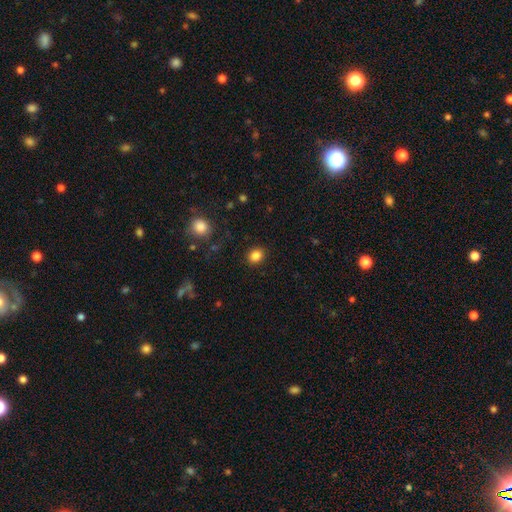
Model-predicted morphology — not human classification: Smooth or featured: smooth — 85% (star or artifact — 11%)
How rounded: round — 59% (in between — 40%)
Merging: none — 89% (minor disturbance — 7%)